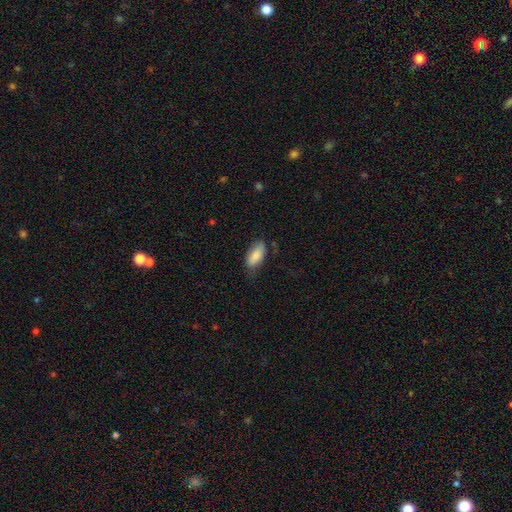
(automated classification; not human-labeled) smooth 83%, featured or disk 10%, star or artifact 6%. Down the decision tree: how rounded — in between (89%); merging — none (66%).